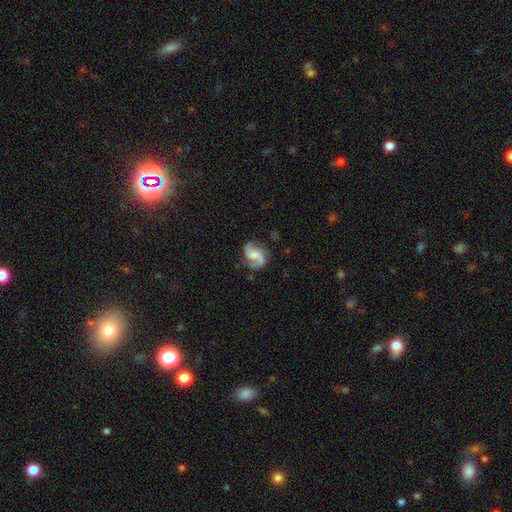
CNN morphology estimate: This appears to be a featured or disk galaxy (80%) with no bar (45%), 2 (86%) medium (45%) spiral arms (96%) and a moderate central bulge (32%). Merging: none (69%).